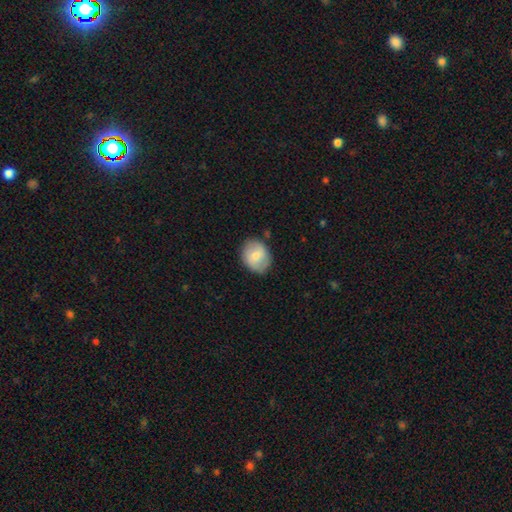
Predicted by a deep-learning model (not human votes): Overall: smooth (66%; featured or disk 27%). How rounded: round (58%; in between 41%). Merging: none (81%).